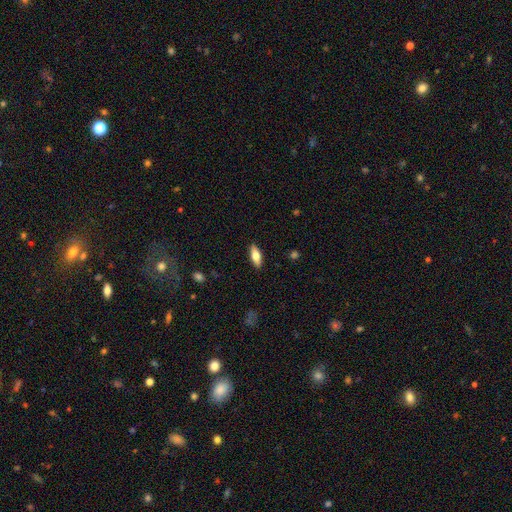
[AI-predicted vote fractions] The model was most divided on "smooth or featured": smooth: 63%, featured or disk: 30%, star or artifact: 6%. More confident: merging — none (89%); how rounded — in between (69%).